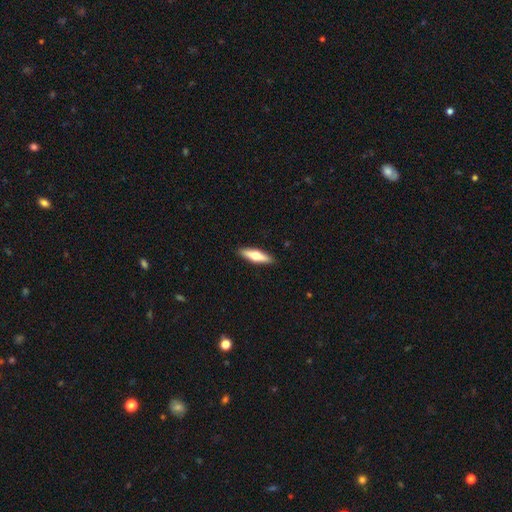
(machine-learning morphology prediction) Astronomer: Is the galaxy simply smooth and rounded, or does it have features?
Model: smooth — 49% (runner-up: featured or disk, 46%).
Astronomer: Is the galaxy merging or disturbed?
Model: none — 91%.